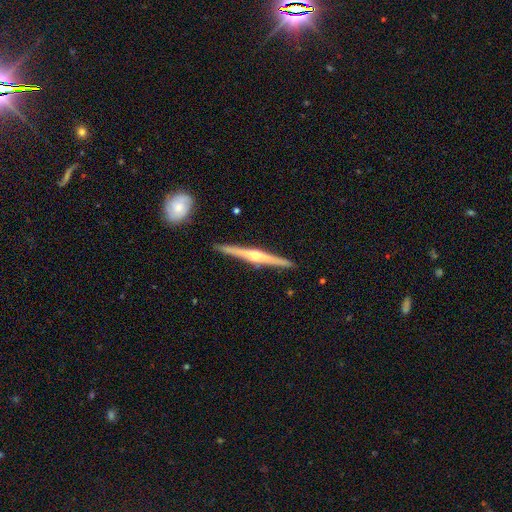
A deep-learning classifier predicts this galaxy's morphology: featured or disk 81%, smooth 14%, star or artifact 5%. Down the decision tree: edge-on disk — yes (98%); edge-on bulge — rounded (89%); merging — none (91%).